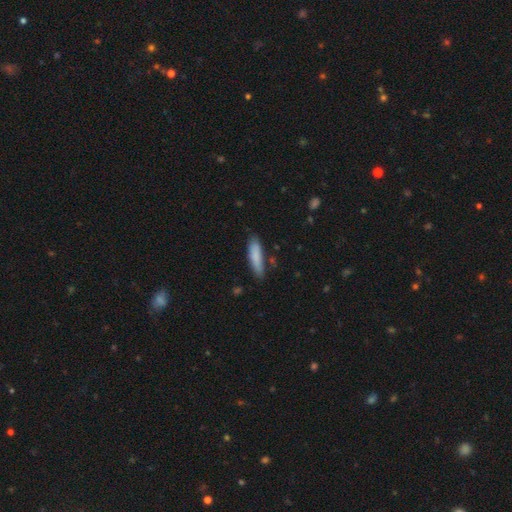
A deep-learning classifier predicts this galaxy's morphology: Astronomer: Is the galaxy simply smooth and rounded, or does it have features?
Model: smooth — 85%.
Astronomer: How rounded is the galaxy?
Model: cigar-shaped — 67%.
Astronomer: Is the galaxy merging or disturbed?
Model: none — 78%.